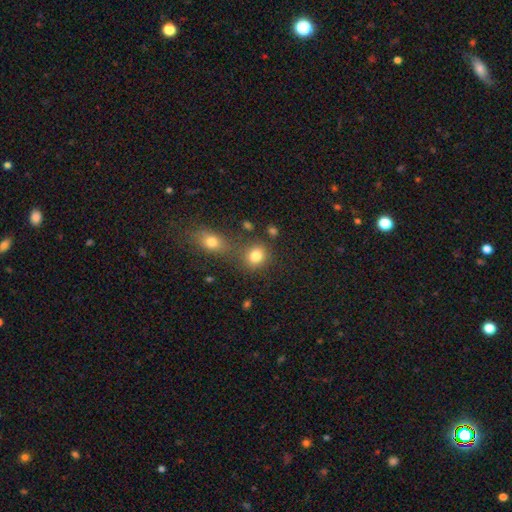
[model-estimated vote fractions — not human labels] smooth-or-featured: smooth: 81% | star or artifact: 12% | featured or disk: 7%
  how-rounded: round: 75% | in between: 23% | cigar-shaped: 1%
  merging: none: 64% | merger: 22% | minor disturbance: 10% | major disturbance: 4%